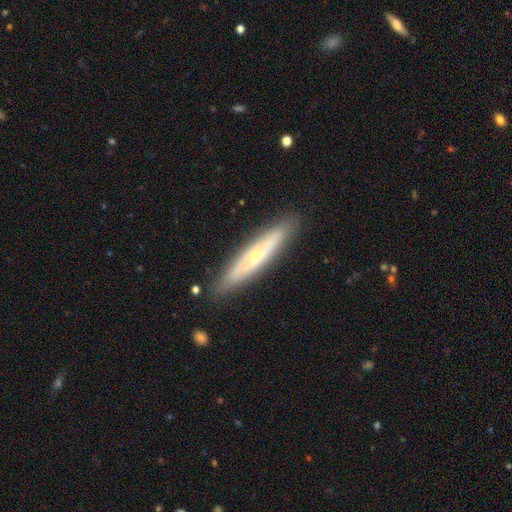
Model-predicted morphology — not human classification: Smooth or featured: featured or disk — 60% (smooth — 34%)
Edge-on disk: yes — 67% (no — 33%)
Merging: none — 84% (minor disturbance — 12%)